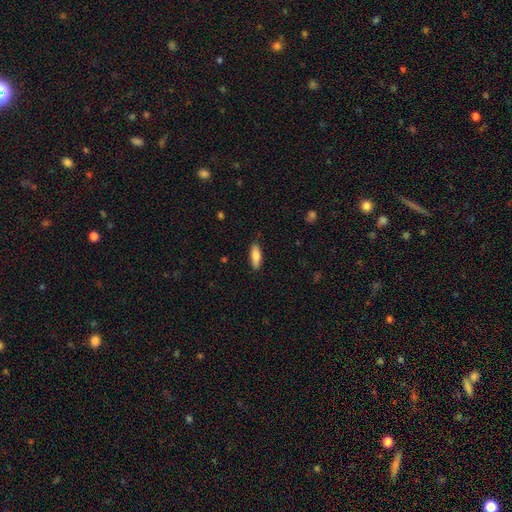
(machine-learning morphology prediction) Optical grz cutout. It shows a smooth galaxy with no disk features (82%) that is in between round and cigar-shaped (61%). Merging: none (85%).